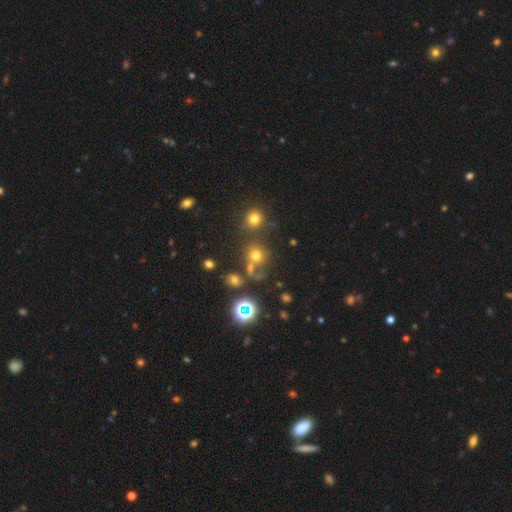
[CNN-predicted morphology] Smooth or featured? smooth (62%)
How rounded? round (79%)
Merging? none (54%)